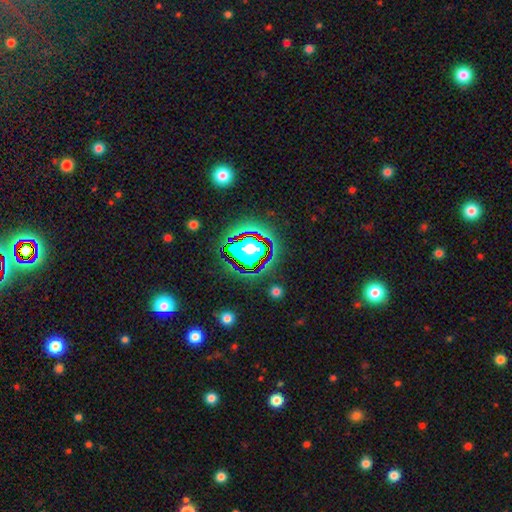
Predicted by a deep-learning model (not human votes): Q: Smooth or featured?
A: star or artifact (61%); runner-up: featured or disk (20%)